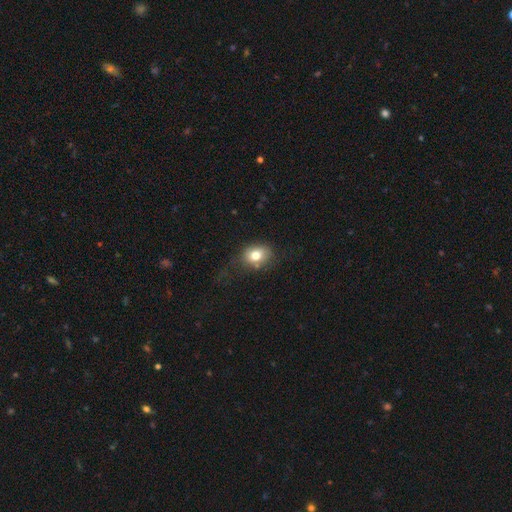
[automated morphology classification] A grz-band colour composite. It shows a smooth galaxy with no disk features (77%) that is in between round and cigar-shaped (53%). Merging: none (65%).